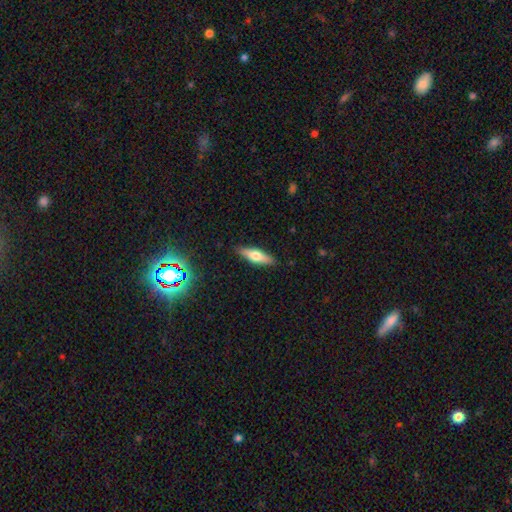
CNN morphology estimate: smooth-or-featured: smooth: 51% | featured or disk: 42% | star or artifact: 7%
  how-rounded: cigar-shaped: 60% | in between: 37% | round: 2%
  merging: none: 88% | minor disturbance: 9% | major disturbance: 2% | merger: 1%